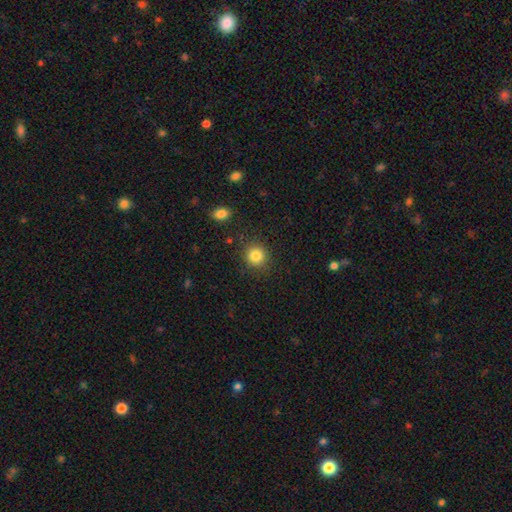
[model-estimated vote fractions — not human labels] The model was most divided on "smooth or featured": smooth: 84%, star or artifact: 11%, featured or disk: 5%. More confident: how rounded — round (89%); merging — none (87%).